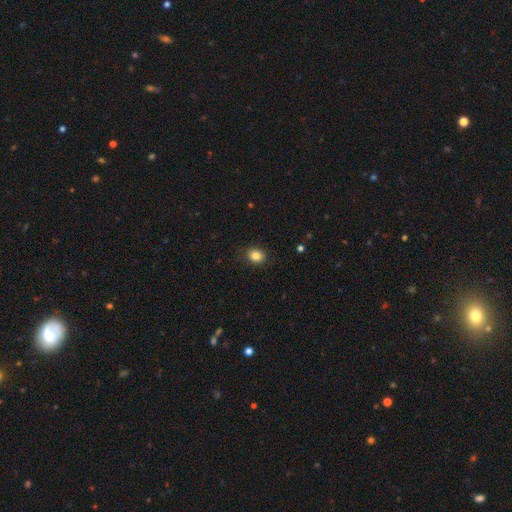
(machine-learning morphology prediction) Overall: smooth (84%). How rounded: round (58%; in between 41%). Merging: none (86%).